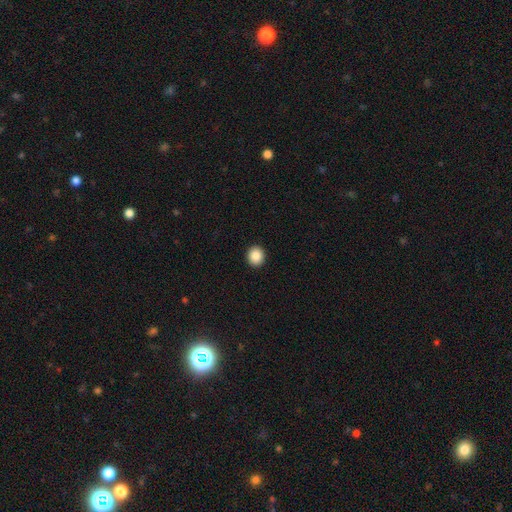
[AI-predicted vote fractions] The model was most divided on "how rounded": round: 80%, in between: 19%, cigar-shaped: 1%. More confident: merging — none (93%); smooth or featured — smooth (87%).